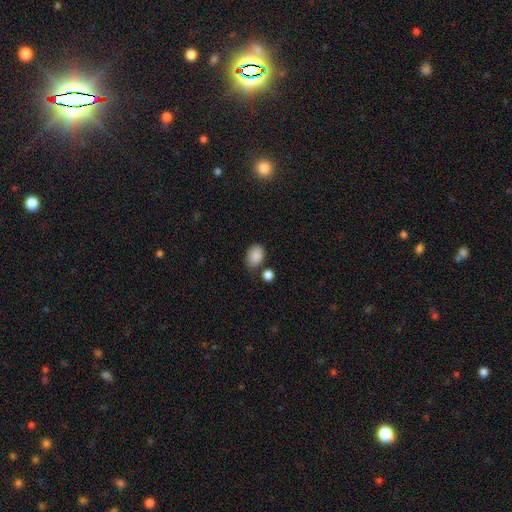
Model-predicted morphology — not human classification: Overall: smooth (87%). How rounded: in between (79%). Merging: none (64%).